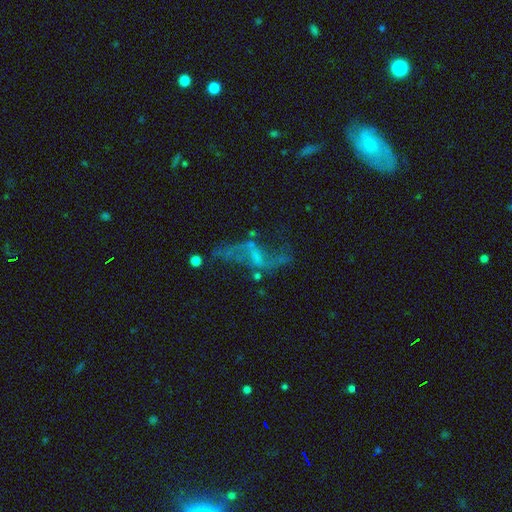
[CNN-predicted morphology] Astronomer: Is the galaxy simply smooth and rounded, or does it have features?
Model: featured or disk — 73%.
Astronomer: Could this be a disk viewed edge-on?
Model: no — 93%.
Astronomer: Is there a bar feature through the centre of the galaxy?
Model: weak — 43% (runner-up: no, 35%).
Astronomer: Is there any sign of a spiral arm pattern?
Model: yes — 74%.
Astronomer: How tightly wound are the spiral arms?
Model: loose — 89%.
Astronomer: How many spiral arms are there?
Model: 2 — 86%.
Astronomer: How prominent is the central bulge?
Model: none — 56%.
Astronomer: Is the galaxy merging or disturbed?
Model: none — 47% (runner-up: major disturbance, 27%).